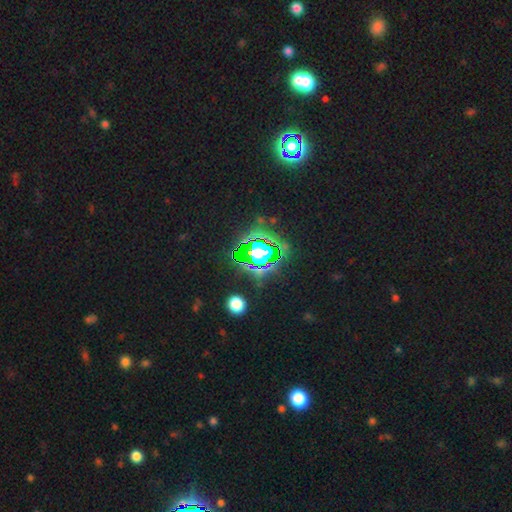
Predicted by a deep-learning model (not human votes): The model was most divided on "smooth or featured": star or artifact: 69%, smooth: 16%, featured or disk: 15%.